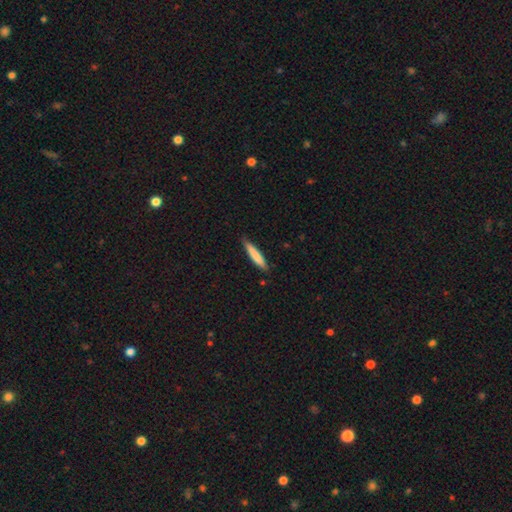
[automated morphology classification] The model was most divided on "smooth or featured": smooth: 78%, featured or disk: 17%, star or artifact: 6%. More confident: how rounded — cigar-shaped (91%); merging — none (84%).